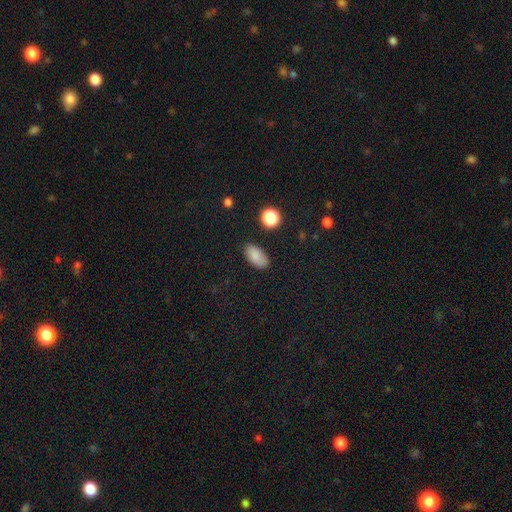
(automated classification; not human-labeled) A smooth galaxy with no disk features (84%) that is in between round and cigar-shaped (92%).

Vote fractions:
- Smooth or featured? smooth: 84% / star or artifact: 10% / featured or disk: 6%
- How rounded? in between: 92% / round: 5% / cigar-shaped: 3%
- Merging? none: 81% / minor disturbance: 14% / major disturbance: 3% / merger: 2%